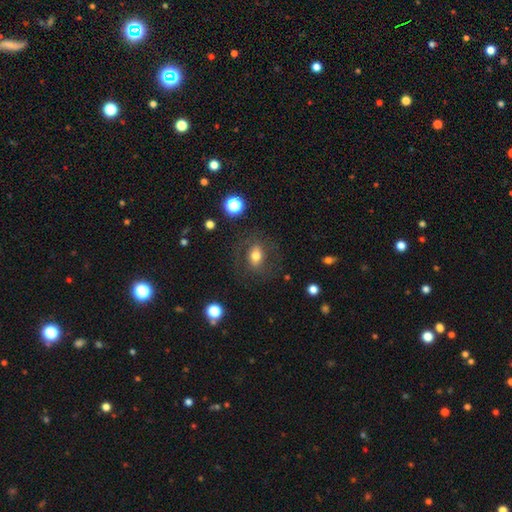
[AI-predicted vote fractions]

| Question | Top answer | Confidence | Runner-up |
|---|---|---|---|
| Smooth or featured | smooth | 58% | featured or disk (30%) |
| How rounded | in between | 61% | round (38%) |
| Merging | none | 71% | minor disturbance (15%) |